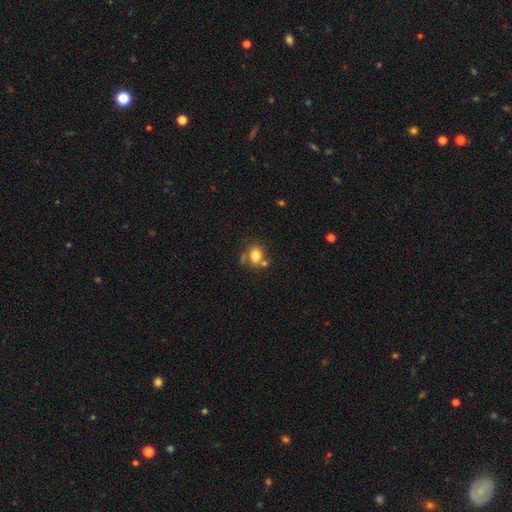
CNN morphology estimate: smooth-or-featured: smooth: 77% | featured or disk: 12% | star or artifact: 11%
  how-rounded: round: 61% | in between: 38% | cigar-shaped: 1%
  merging: none: 55% | merger: 22% | minor disturbance: 17% | major disturbance: 6%